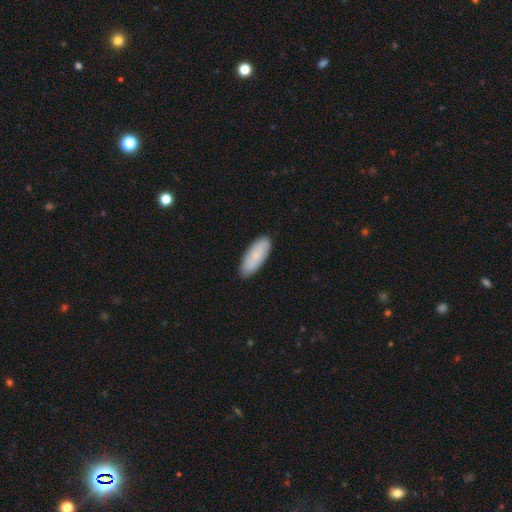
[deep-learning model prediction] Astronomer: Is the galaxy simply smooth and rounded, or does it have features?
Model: smooth — 80%.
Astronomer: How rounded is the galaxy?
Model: in between — 76%.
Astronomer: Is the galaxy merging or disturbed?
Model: none — 88%.